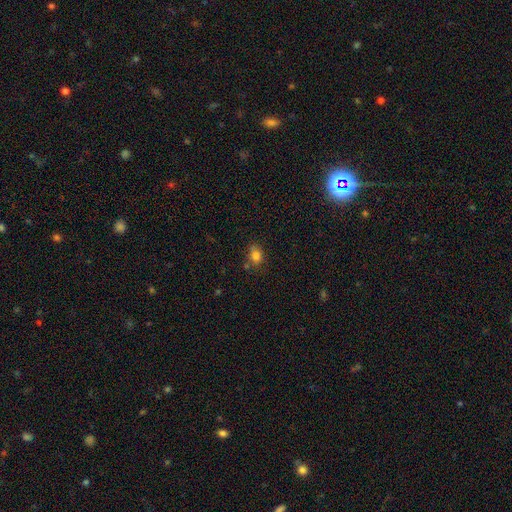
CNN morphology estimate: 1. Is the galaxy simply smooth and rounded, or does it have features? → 80% smooth, 12% star or artifact, 8% featured or disk.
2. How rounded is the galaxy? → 52% in between, 46% round, 1% cigar-shaped.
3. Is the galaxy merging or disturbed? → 69% none, 19% minor disturbance, 8% merger, 4% major disturbance.